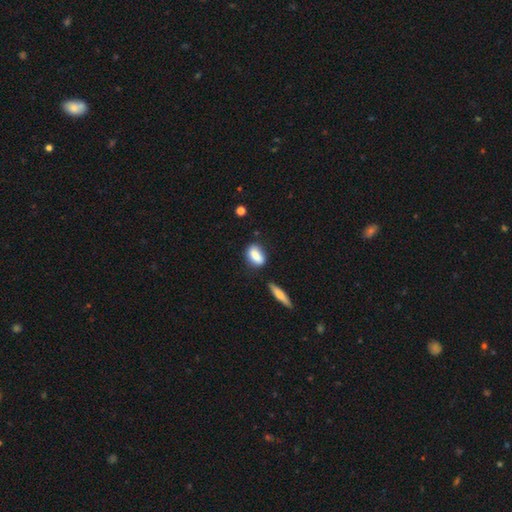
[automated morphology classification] Overall: smooth (83%). How rounded: in between (80%). Merging: none (69%).